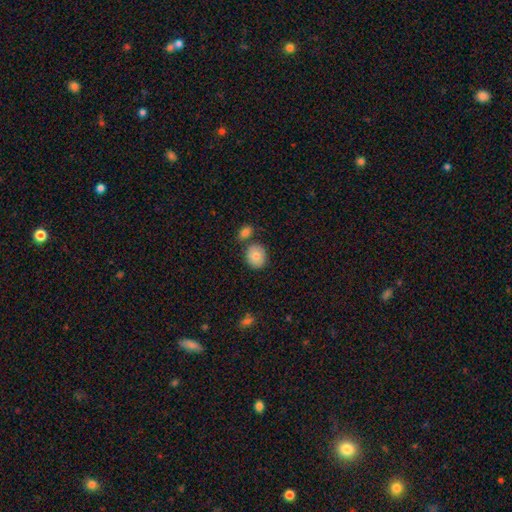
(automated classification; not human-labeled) The model was most divided on "how rounded": round: 67%, in between: 32%, cigar-shaped: 1%. More confident: smooth or featured — smooth (85%); merging — none (72%).